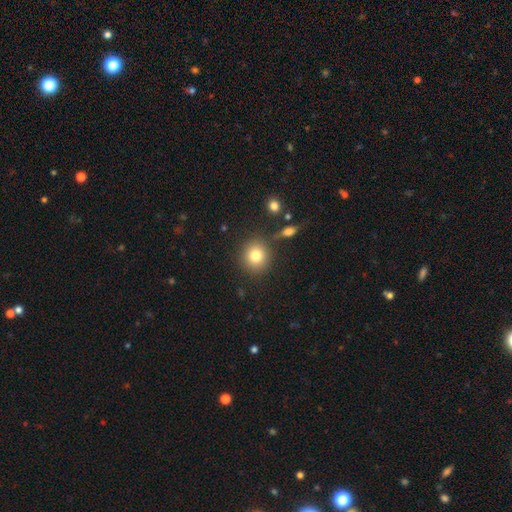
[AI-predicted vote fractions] Q: Smooth or featured?
A: smooth (80%); runner-up: star or artifact (11%)
Q: How rounded?
A: round (89%); runner-up: in between (10%)
Q: Merging?
A: none (84%); runner-up: minor disturbance (8%)